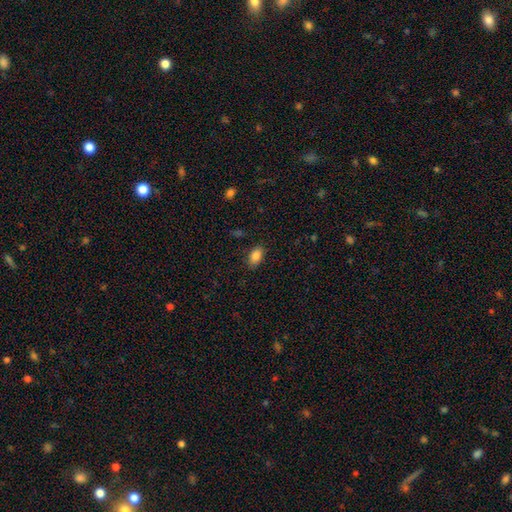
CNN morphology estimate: smooth-or-featured: smooth: 86% | star or artifact: 8% | featured or disk: 6%
  how-rounded: in between: 90% | round: 8% | cigar-shaped: 2%
  merging: none: 84% | minor disturbance: 12% | major disturbance: 3% | merger: 1%